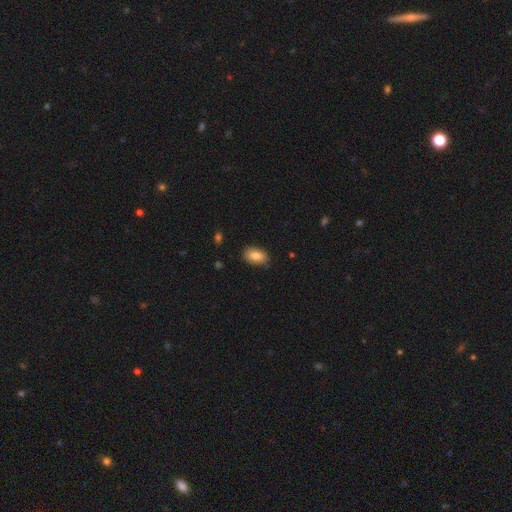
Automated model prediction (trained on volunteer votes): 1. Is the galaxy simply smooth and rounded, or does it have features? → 85% smooth, 8% featured or disk, 7% star or artifact.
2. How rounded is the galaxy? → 92% in between, 6% round, 2% cigar-shaped.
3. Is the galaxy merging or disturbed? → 84% none, 13% minor disturbance, 2% major disturbance, 1% merger.